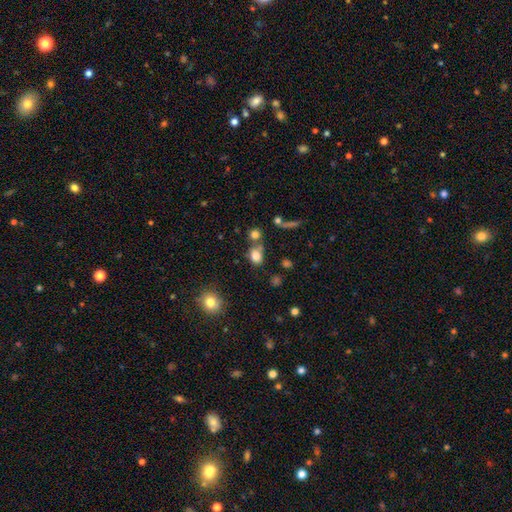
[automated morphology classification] Overall: smooth (79%). How rounded: round (53%; in between 45%). Merging: none (53%; merger 29%).